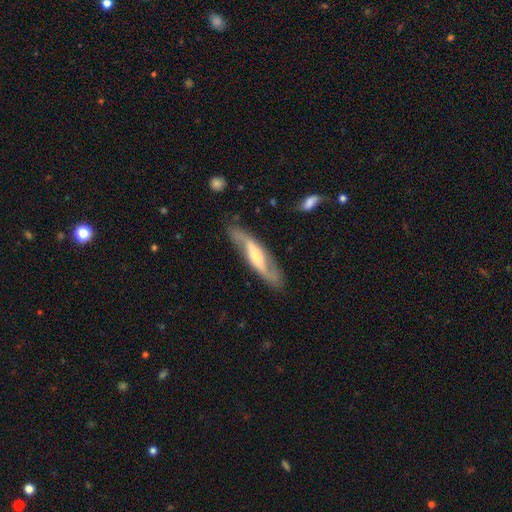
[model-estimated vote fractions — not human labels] This appears to be a featured or disk galaxy (77%) with a weak bar (38%), spiral arms (90%) and a moderate central bulge (54%). Merging: none (80%).